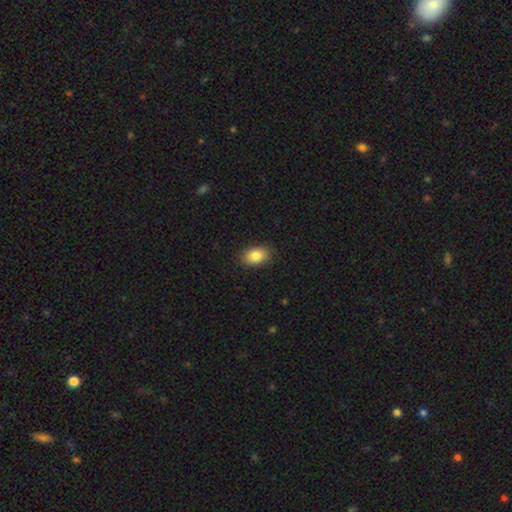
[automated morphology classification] Smooth or featured?
  - smooth: 85% *
  - star or artifact: 8%
  - featured or disk: 7%
How rounded?
  - in between: 86% *
  - round: 12%
  - cigar-shaped: 1%
Merging?
  - none: 89% *
  - minor disturbance: 8%
  - major disturbance: 2%
  - merger: 1%